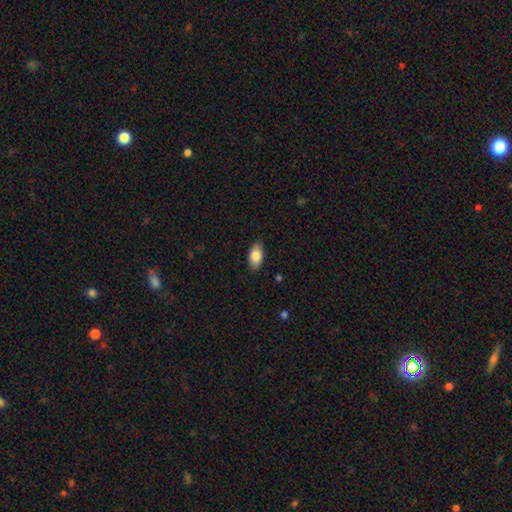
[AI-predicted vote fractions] smooth_or_featured: smooth (p=0.84) [alt: featured or disk p=0.09]
how_rounded: in between (p=0.93) [alt: round p=0.04]
merging: none (p=0.87) [alt: minor disturbance p=0.10]